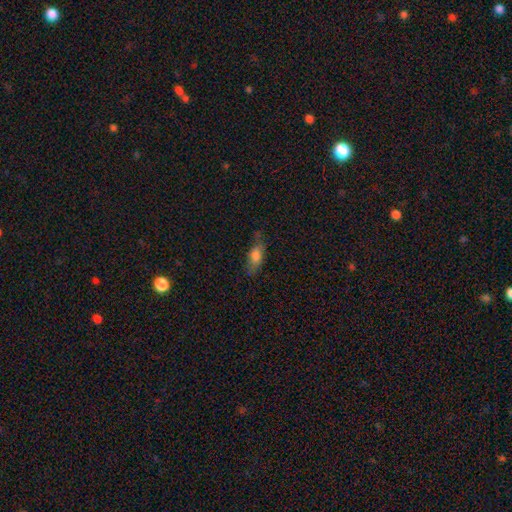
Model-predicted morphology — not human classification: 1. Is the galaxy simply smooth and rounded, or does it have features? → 75% smooth, 16% featured or disk, 9% star or artifact.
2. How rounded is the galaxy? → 74% in between, 22% cigar-shaped, 4% round.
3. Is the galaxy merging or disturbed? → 57% none, 29% minor disturbance, 11% major disturbance, 3% merger.